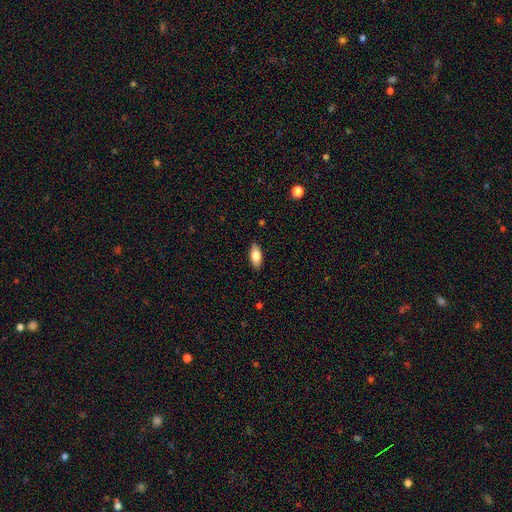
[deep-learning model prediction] Smooth or featured? Predicted: smooth (p=0.80). How rounded? Predicted: in between (p=0.85). Merging? Predicted: none (p=0.88).